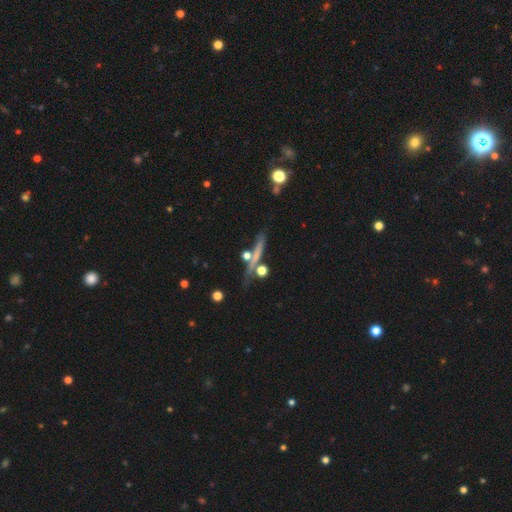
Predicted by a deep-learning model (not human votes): A smooth galaxy with no disk features (45%). Merging: none (65%).